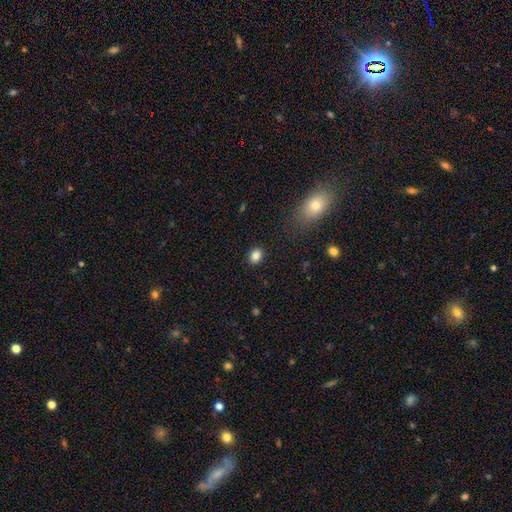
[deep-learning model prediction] Smooth or featured?
  - smooth: 85% *
  - star or artifact: 11%
  - featured or disk: 5%
How rounded?
  - round: 56% *
  - in between: 43%
  - cigar-shaped: 1%
Merging?
  - none: 89% *
  - minor disturbance: 8%
  - major disturbance: 2%
  - merger: 1%